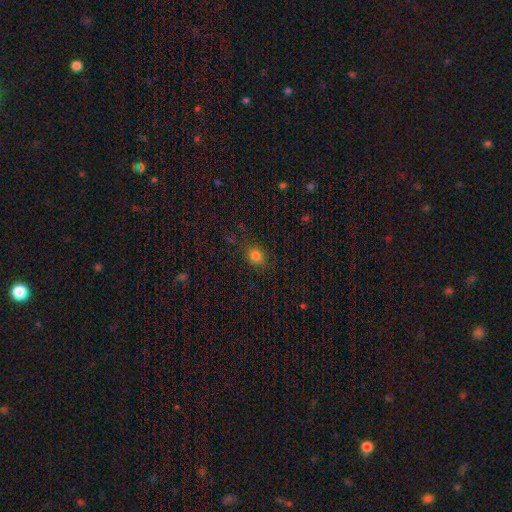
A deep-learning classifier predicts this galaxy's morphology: Q: Smooth or featured?
A: smooth (80%); runner-up: star or artifact (15%)
Q: How rounded?
A: round (58%); runner-up: in between (40%)
Q: Merging?
A: none (82%); runner-up: minor disturbance (12%)